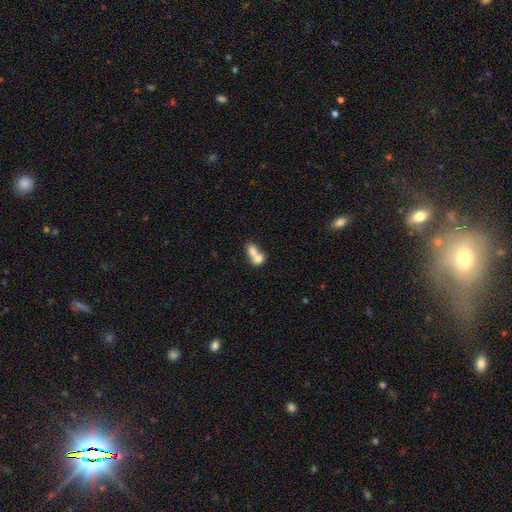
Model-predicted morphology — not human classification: smooth_or_featured: smooth (p=0.71) [alt: featured or disk p=0.21]
how_rounded: in between (p=0.56) [alt: round p=0.41]
merging: merger (p=0.77) [alt: none p=0.16]